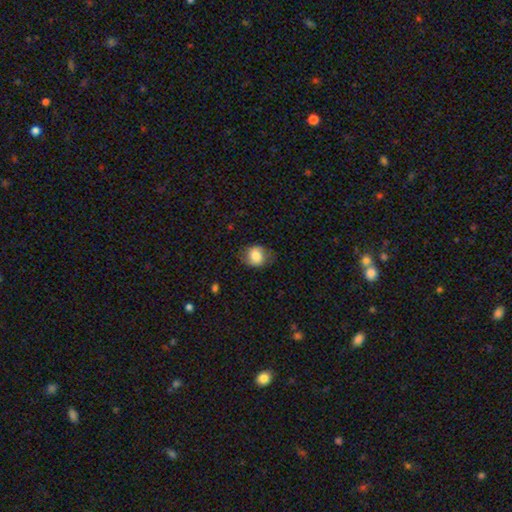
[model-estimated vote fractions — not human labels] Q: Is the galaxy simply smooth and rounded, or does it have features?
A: smooth — 80%.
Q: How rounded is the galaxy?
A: round — 72%.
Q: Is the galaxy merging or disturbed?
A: none — 70%.